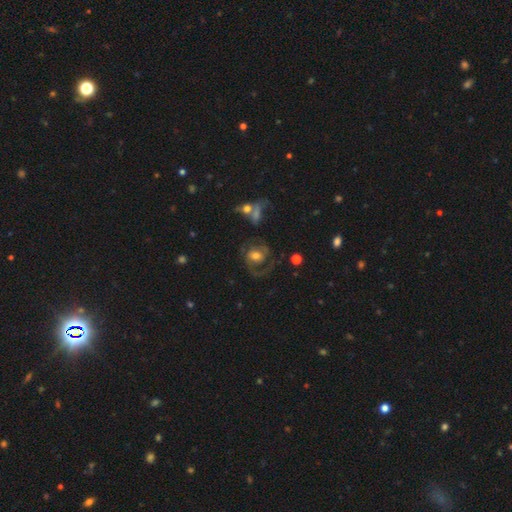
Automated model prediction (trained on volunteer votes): smooth-or-featured: featured or disk: 71% | smooth: 22% | star or artifact: 7%
  disk-edge-on: no: 97% | yes: 3%
    bar: no: 58% | weak: 33% | strong: 9%
    has-spiral-arms: yes: 85% | no: 15%
      spiral-winding: medium: 44% | tight: 33% | loose: 23%
      spiral-arm-count: 2: 46% | 1: 38% | can't tell: 11% | 3: 3% | 4: 1% | more than 4: 1%
    bulge-size: moderate: 62% | large: 17% | small: 16% | none: 2% | dominant: 2%
  merging: none: 50% | major disturbance: 28% | minor disturbance: 17% | merger: 5%